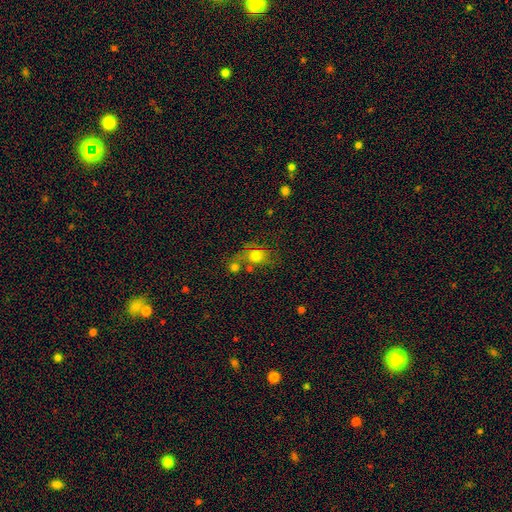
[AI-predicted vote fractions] smooth 69%, featured or disk 18%, star or artifact 14%. Down the decision tree: how rounded — round (59%); merging — none (38%).